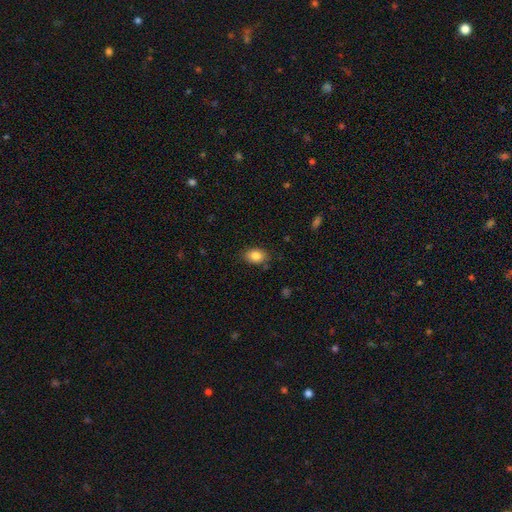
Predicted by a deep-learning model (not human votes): Smooth or featured: smooth — 84% (star or artifact — 8%)
How rounded: in between — 80% (round — 19%)
Merging: none — 83% (minor disturbance — 13%)